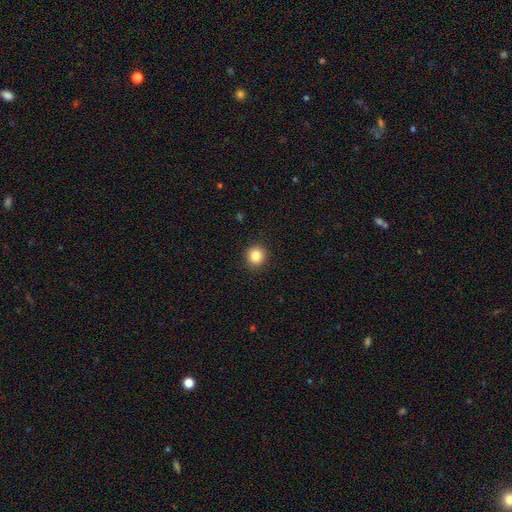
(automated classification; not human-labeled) Q: Smooth or featured?
A: smooth (85%); runner-up: star or artifact (10%)
Q: How rounded?
A: round (88%); runner-up: in between (11%)
Q: Merging?
A: none (92%); runner-up: minor disturbance (5%)